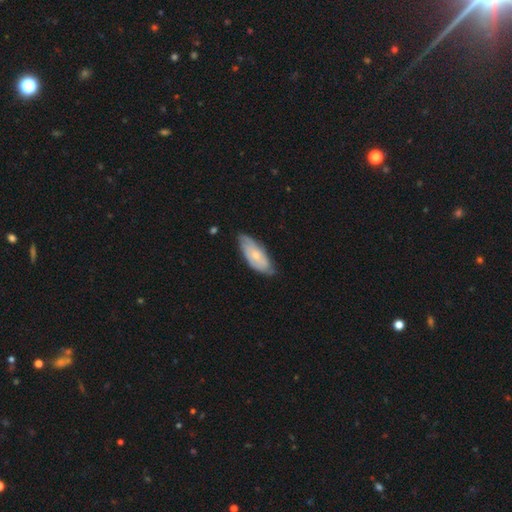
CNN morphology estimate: The model was most divided on "smooth or featured": featured or disk: 48%, smooth: 46%, star or artifact: 6%. More confident: merging — none (66%).